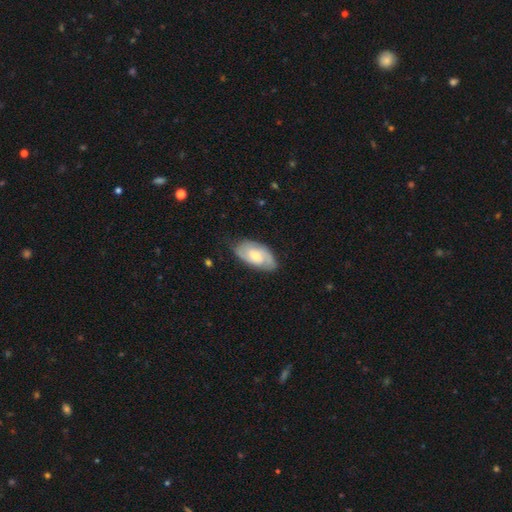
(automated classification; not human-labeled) Overall: featured or disk (67%; smooth 28%). Edge-on disk: no (95%). Bar: no (57%; weak 37%). Spiral arms: yes (91%). Spiral arm count: 2 (68%). Spiral winding: tight (47%; medium 41%). Bulge size: moderate (48%; small 44%). Merging: none (75%).